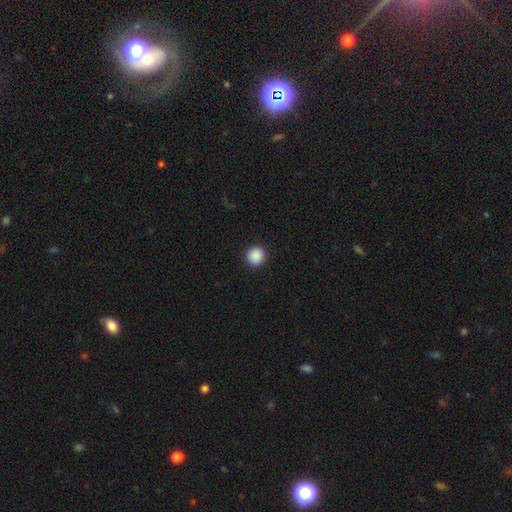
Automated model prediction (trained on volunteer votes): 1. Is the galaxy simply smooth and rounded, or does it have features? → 89% smooth, 9% star or artifact, 2% featured or disk.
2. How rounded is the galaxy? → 95% round, 4% in between, 1% cigar-shaped.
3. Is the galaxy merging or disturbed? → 93% none, 4% minor disturbance, 2% major disturbance, 1% merger.